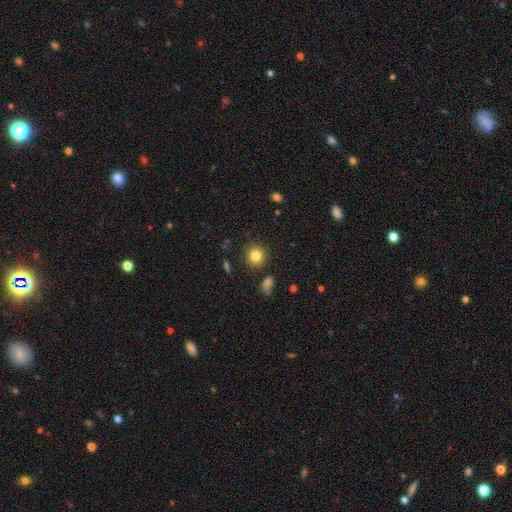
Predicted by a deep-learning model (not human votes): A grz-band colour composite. It shows a smooth galaxy with no disk features (82%) that is round (89%). Merging: none (87%).